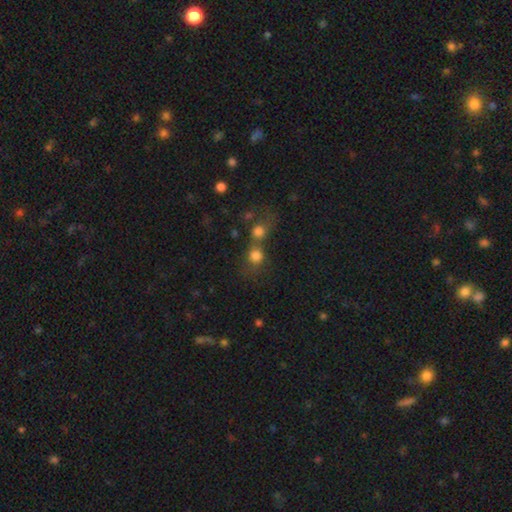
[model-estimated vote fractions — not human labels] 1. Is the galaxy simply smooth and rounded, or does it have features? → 76% smooth, 14% star or artifact, 9% featured or disk.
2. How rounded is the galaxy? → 83% round, 15% in between, 2% cigar-shaped.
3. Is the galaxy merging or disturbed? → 52% merger, 34% none, 7% minor disturbance, 6% major disturbance.